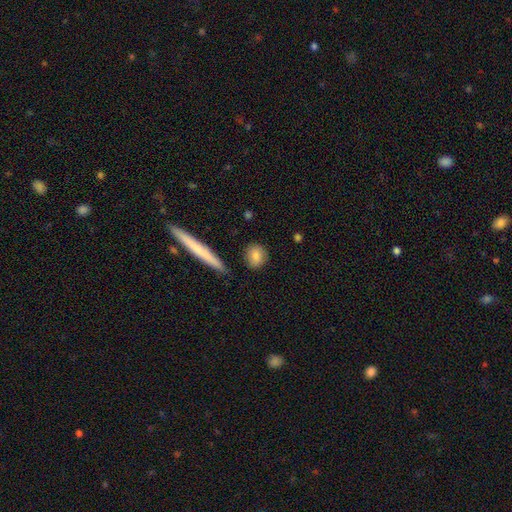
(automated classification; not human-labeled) smooth_or_featured: smooth (p=0.82) [alt: featured or disk p=0.11]
how_rounded: round (p=0.61) [alt: in between p=0.32]
merging: none (p=0.84) [alt: minor disturbance p=0.10]